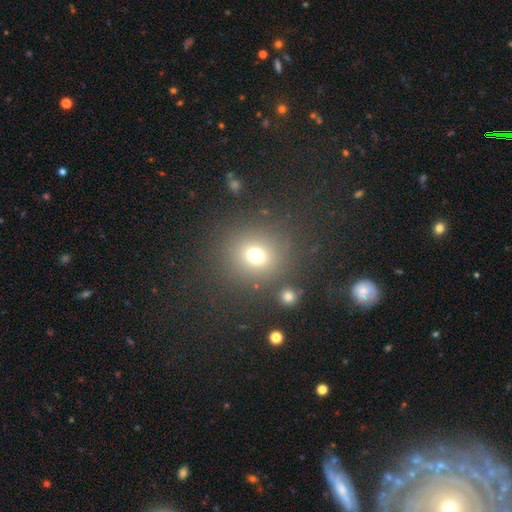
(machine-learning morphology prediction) Smooth or featured? Predicted: smooth (p=0.71). How rounded? Predicted: round (p=0.86). Merging? Predicted: none (p=0.80).